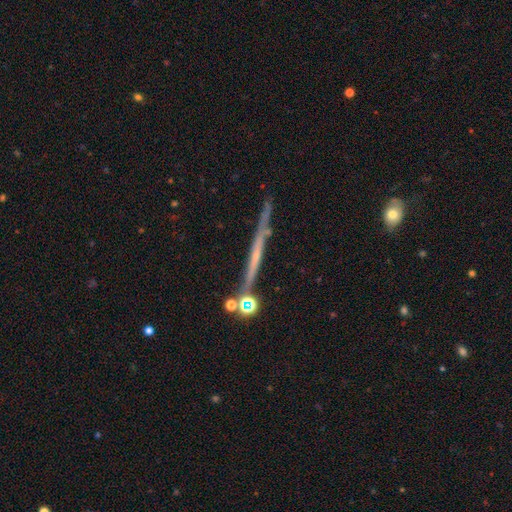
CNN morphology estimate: Smooth or featured? Predicted: featured or disk (p=0.67). Edge-on disk? Predicted: yes (p=0.96). Edge-on bulge? Predicted: none (p=0.74). Merging? Predicted: none (p=0.79).